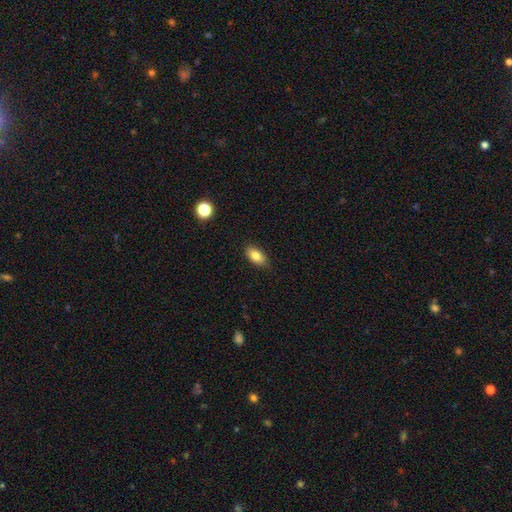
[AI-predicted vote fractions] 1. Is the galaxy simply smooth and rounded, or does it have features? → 83% smooth, 9% featured or disk, 8% star or artifact.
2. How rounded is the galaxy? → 90% in between, 7% round, 4% cigar-shaped.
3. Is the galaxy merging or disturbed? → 84% none, 12% minor disturbance, 2% major disturbance, 1% merger.